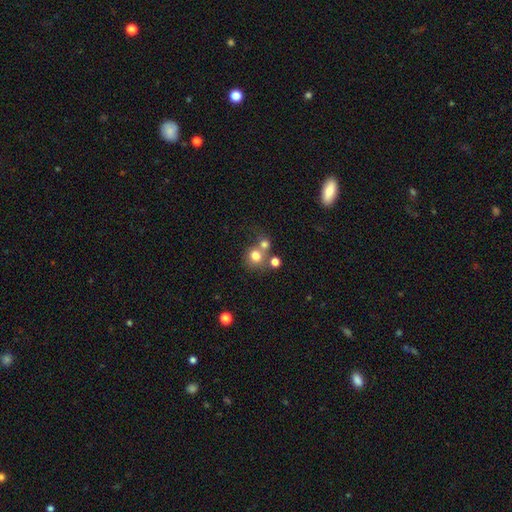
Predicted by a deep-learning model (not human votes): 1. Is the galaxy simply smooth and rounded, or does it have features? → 75% smooth, 13% star or artifact, 12% featured or disk.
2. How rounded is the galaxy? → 85% round, 14% in between, 1% cigar-shaped.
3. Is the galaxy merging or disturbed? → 48% none, 39% merger, 9% minor disturbance, 5% major disturbance.